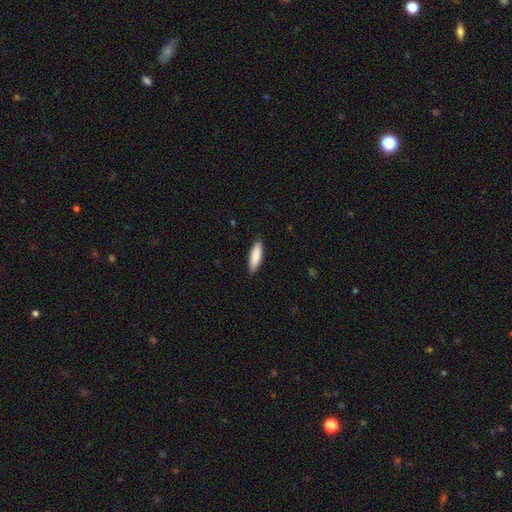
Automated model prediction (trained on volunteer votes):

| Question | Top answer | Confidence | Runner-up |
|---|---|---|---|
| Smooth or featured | smooth | 86% | featured or disk (9%) |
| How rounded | cigar-shaped | 56% | in between (43%) |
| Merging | none | 87% | minor disturbance (10%) |